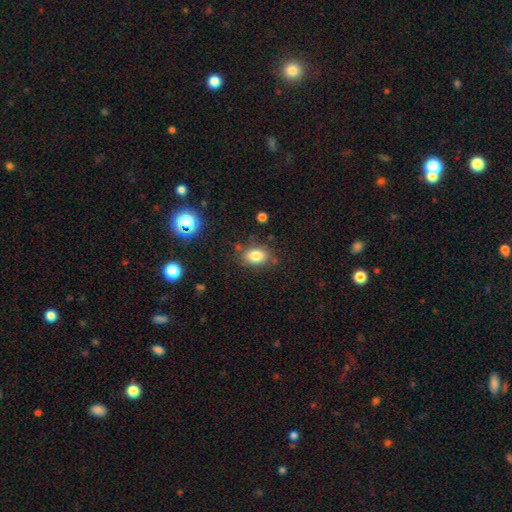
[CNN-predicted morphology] The model was most divided on "how rounded": in between: 75%, round: 24%, cigar-shaped: 1%. More confident: smooth or featured — smooth (81%); merging — none (76%).